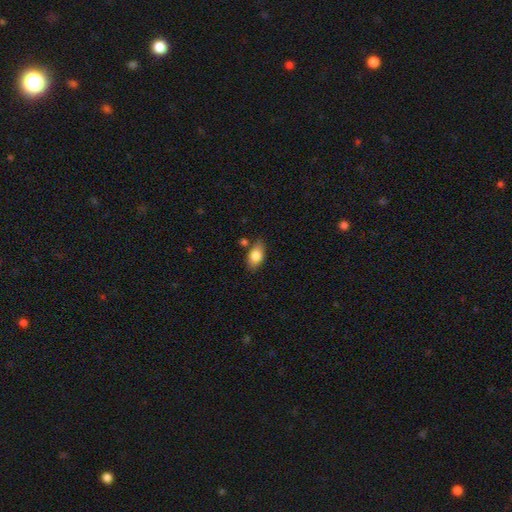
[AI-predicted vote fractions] Morphology: type=smooth (81%); roundness=in between (88%); merging=none (75%).